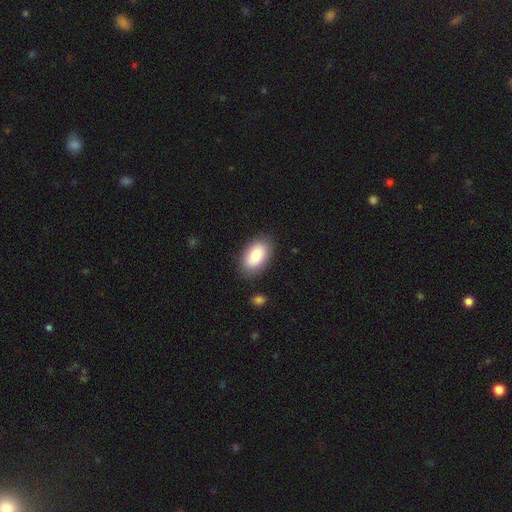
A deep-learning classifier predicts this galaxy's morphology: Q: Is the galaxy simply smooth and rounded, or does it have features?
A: smooth — 86%.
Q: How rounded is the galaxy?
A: in between — 94%.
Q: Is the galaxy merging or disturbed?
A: none — 85%.